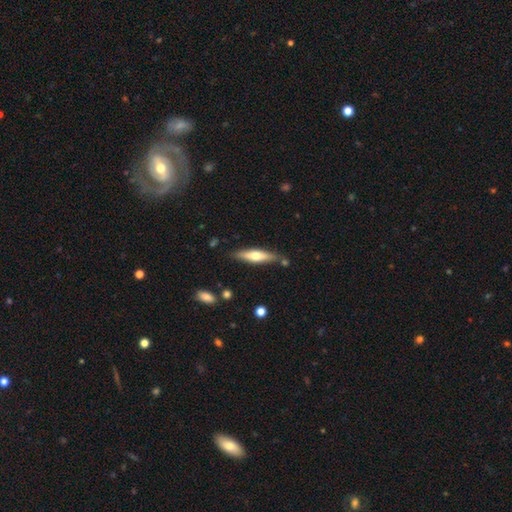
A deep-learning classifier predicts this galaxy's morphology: The model was most divided on "smooth or featured": smooth: 50%, featured or disk: 44%, star or artifact: 6%. More confident: merging — none (78%).